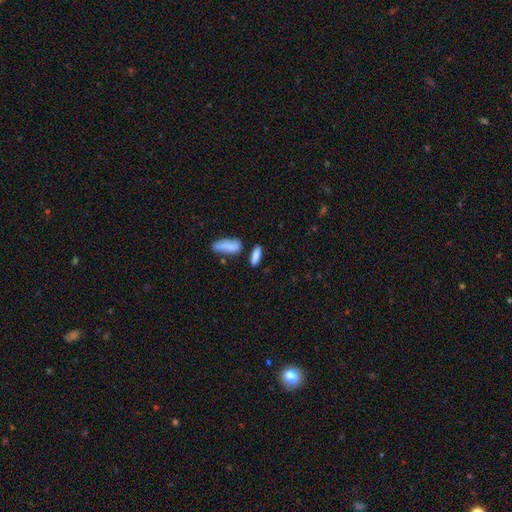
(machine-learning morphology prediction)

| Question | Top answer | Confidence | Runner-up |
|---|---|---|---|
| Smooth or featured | smooth | 84% | featured or disk (8%) |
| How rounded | cigar-shaped | 49% | in between (48%) |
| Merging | none | 70% | minor disturbance (14%) |